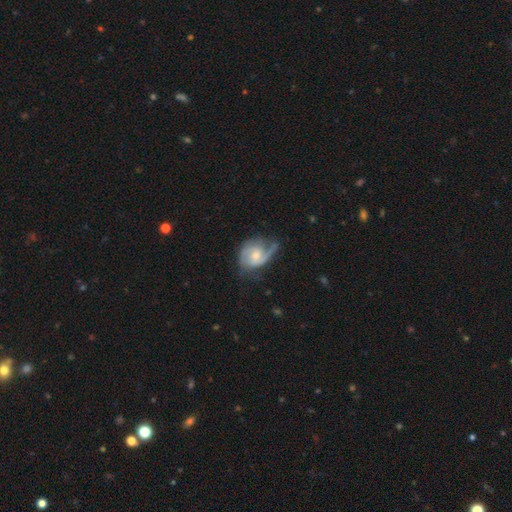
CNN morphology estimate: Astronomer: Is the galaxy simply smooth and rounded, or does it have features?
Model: featured or disk — 77%.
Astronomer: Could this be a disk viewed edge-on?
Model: no — 97%.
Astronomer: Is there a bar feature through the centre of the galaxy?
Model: no — 61%.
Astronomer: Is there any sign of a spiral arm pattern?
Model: yes — 93%.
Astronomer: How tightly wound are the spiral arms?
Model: medium — 45% (runner-up: tight, 29%).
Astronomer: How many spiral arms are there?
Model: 2 — 61%.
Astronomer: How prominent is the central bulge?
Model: moderate — 47% (runner-up: small, 44%).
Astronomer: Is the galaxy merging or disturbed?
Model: none — 49% (runner-up: minor disturbance, 29%).